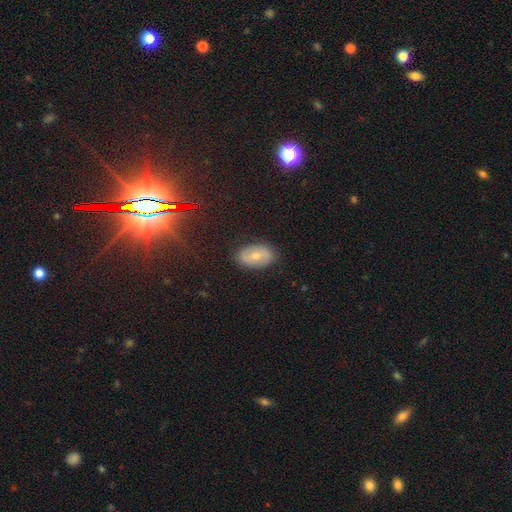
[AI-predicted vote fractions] Smooth or featured? Predicted: smooth (p=0.50). Merging? Predicted: none (p=0.86).